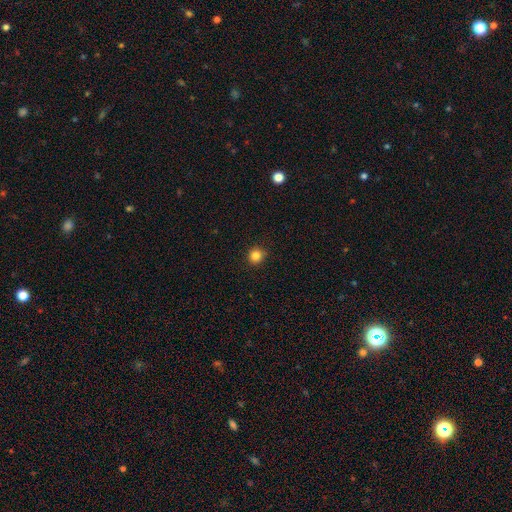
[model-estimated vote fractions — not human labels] smooth-or-featured: smooth: 84% | star or artifact: 12% | featured or disk: 4%
  how-rounded: round: 93% | in between: 7% | cigar-shaped: 1%
  merging: none: 91% | minor disturbance: 6% | major disturbance: 2% | merger: 1%